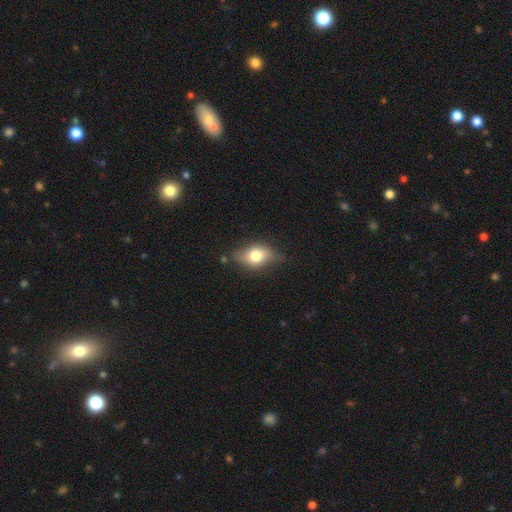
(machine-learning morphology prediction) The model was most divided on "smooth or featured": smooth: 62%, featured or disk: 30%, star or artifact: 8%. More confident: how rounded — in between (77%); merging — none (68%).